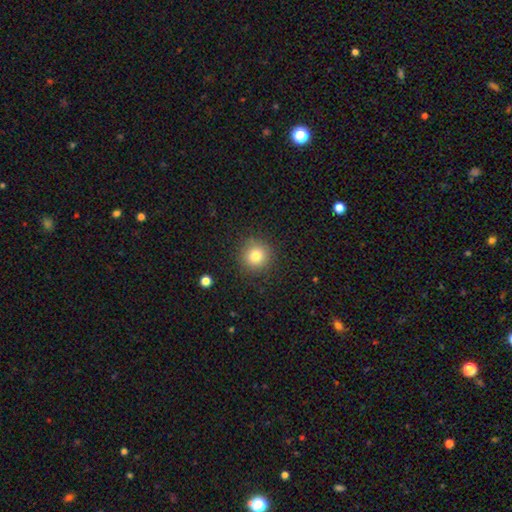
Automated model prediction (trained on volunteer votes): A smooth galaxy with no disk features (80%) that is round (94%).

Vote fractions:
- Smooth or featured? smooth: 80% / star or artifact: 12% / featured or disk: 9%
- How rounded? round: 94% / in between: 5% / cigar-shaped: 1%
- Merging? none: 89% / minor disturbance: 7% / major disturbance: 3% / merger: 1%